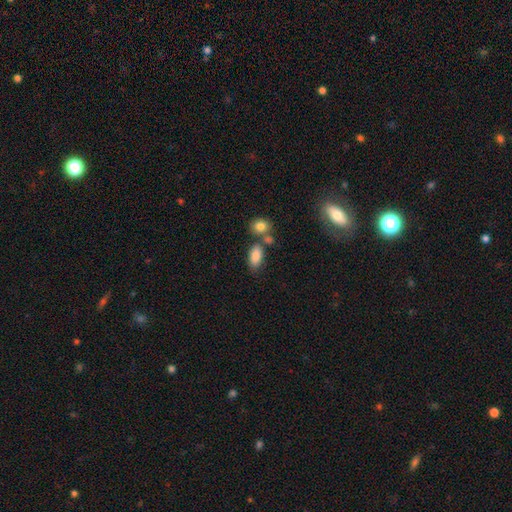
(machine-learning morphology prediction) This appears to be a smooth galaxy with no disk features (86%) that is in between round and cigar-shaped (90%). Merging: none (57%).